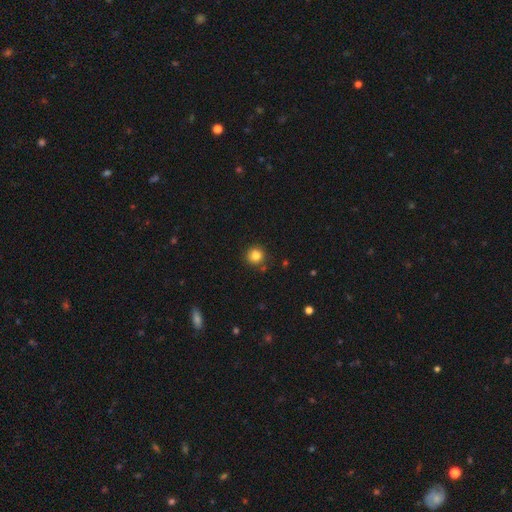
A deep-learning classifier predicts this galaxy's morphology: The model was most divided on "smooth or featured": smooth: 83%, star or artifact: 12%, featured or disk: 5%. More confident: how rounded — round (92%); merging — none (86%).